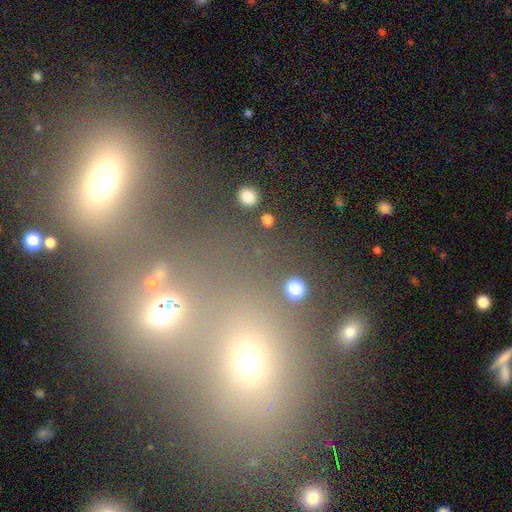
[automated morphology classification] smooth_or_featured: smooth (p=0.48) [alt: star or artifact p=0.37]
merging: none (p=0.43) [alt: merger p=0.42]